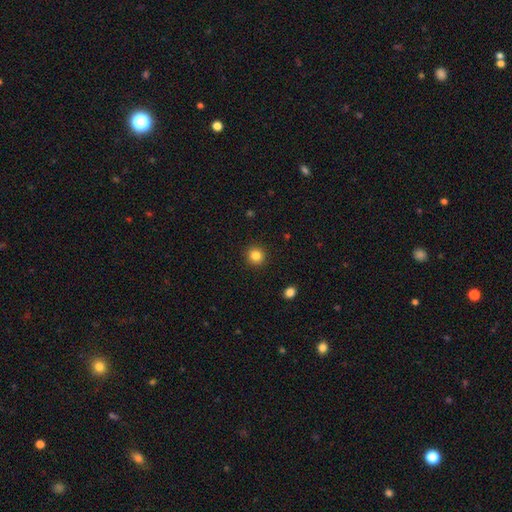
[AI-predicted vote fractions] Smooth or featured?
  - smooth: 83% *
  - star or artifact: 11%
  - featured or disk: 5%
How rounded?
  - round: 92% *
  - in between: 7%
  - cigar-shaped: 1%
Merging?
  - none: 92% *
  - minor disturbance: 5%
  - major disturbance: 2%
  - merger: 1%